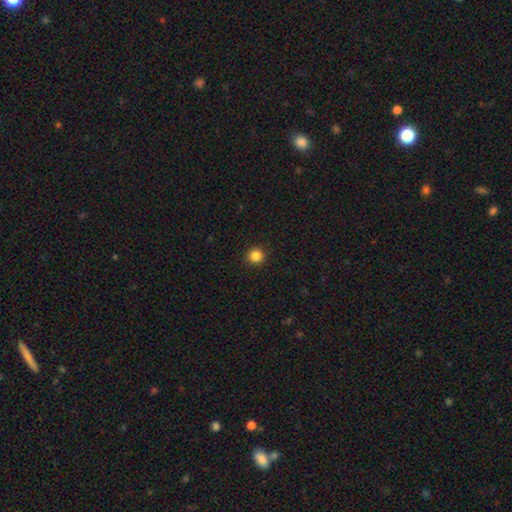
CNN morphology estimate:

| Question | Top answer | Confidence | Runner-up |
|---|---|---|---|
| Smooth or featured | smooth | 86% | star or artifact (11%) |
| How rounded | round | 95% | in between (4%) |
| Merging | none | 93% | minor disturbance (4%) |